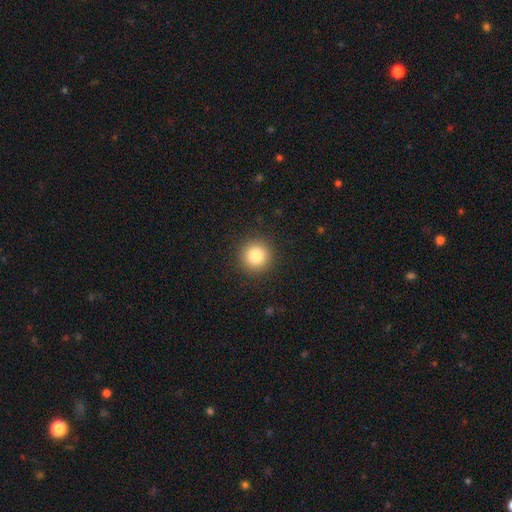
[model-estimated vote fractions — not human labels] Smooth or featured?
  - smooth: 83% *
  - star or artifact: 11%
  - featured or disk: 7%
How rounded?
  - round: 95% *
  - in between: 4%
  - cigar-shaped: 1%
Merging?
  - none: 92% *
  - minor disturbance: 5%
  - major disturbance: 2%
  - merger: 1%